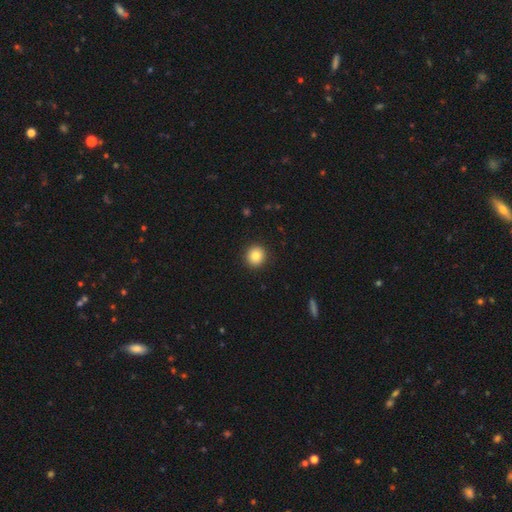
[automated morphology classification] This is clearly a smooth galaxy (84%). How rounded: clearly round (92%). Merging: clearly none (93%).